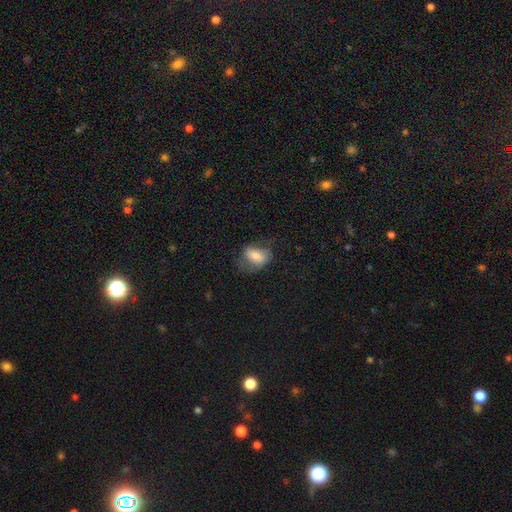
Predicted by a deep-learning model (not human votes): Smooth or featured? smooth (64%)
How rounded? in between (80%)
Merging? none (55%)